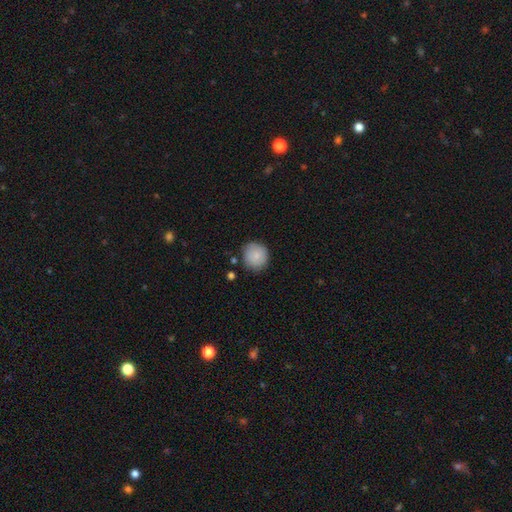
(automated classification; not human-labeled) Smooth or featured: smooth — 83% (featured or disk — 10%)
How rounded: round — 89% (in between — 10%)
Merging: none — 81% (minor disturbance — 14%)